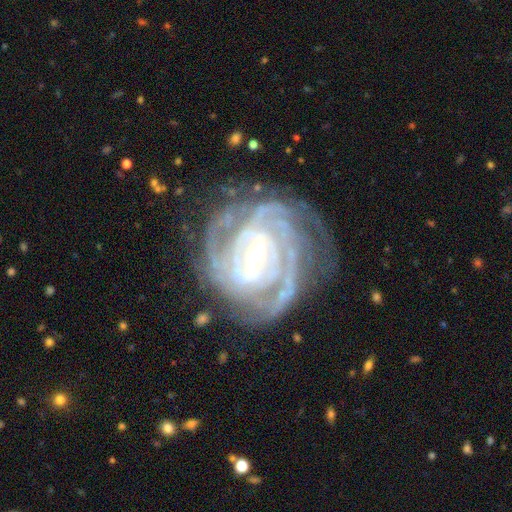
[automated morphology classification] Smooth or featured: featured or disk — 92% (star or artifact — 5%)
Edge-on disk: no — 97% (yes — 3%)
Bar: strong — 48% (weak — 40%)
Spiral arms: yes — 98% (no — 2%)
Spiral winding: tight — 76% (medium — 21%)
Spiral arm count: 4 — 24% (3 — 22%)
Bulge size: moderate — 52% (small — 42%)
Merging: none — 73% (minor disturbance — 17%)